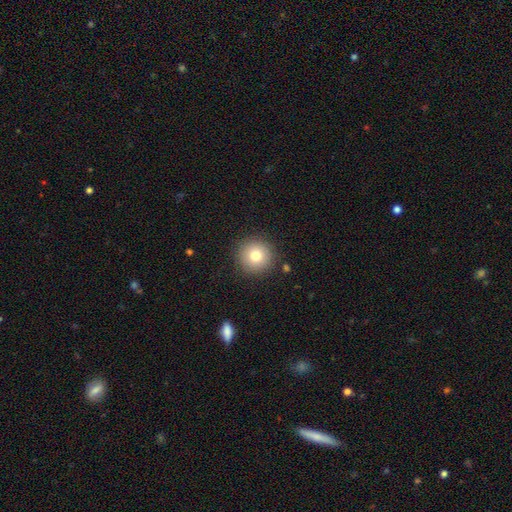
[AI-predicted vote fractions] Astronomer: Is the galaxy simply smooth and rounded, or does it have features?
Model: smooth — 78%.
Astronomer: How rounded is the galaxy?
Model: round — 95%.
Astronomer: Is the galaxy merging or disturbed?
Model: none — 89%.